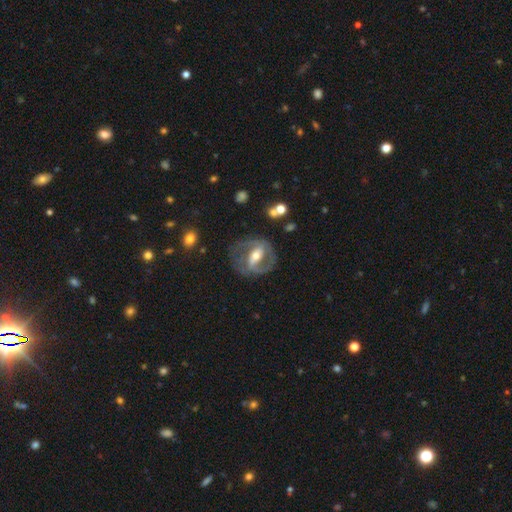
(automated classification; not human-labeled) Q: Smooth or featured?
A: featured or disk (80%); runner-up: smooth (14%)
Q: Edge-on disk?
A: no (95%); runner-up: yes (5%)
Q: Bar?
A: strong (53%); runner-up: weak (30%)
Q: Spiral arms?
A: yes (79%); runner-up: no (21%)
Q: Spiral winding?
A: medium (50%); runner-up: tight (31%)
Q: Spiral arm count?
A: 2 (80%); runner-up: can't tell (9%)
Q: Bulge size?
A: moderate (63%); runner-up: small (28%)
Q: Merging?
A: none (67%); runner-up: minor disturbance (17%)